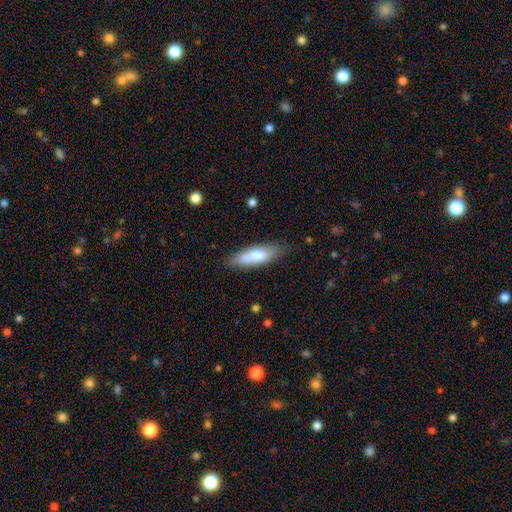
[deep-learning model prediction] Morphology: type=smooth (72%); roundness=in between (53%); merging=none (75%).